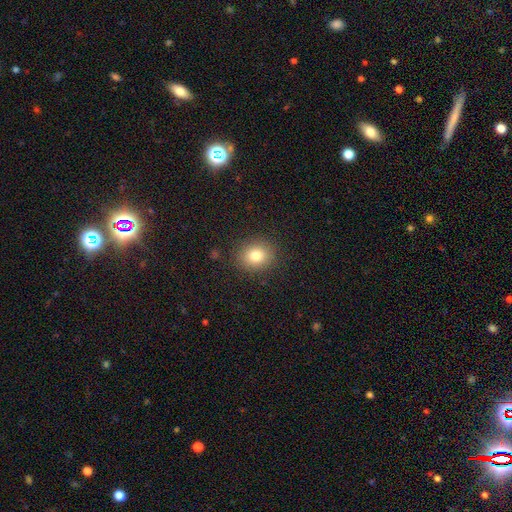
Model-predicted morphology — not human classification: This appears to be a smooth galaxy with no disk features (80%) that is round (68%). Merging: none (87%).